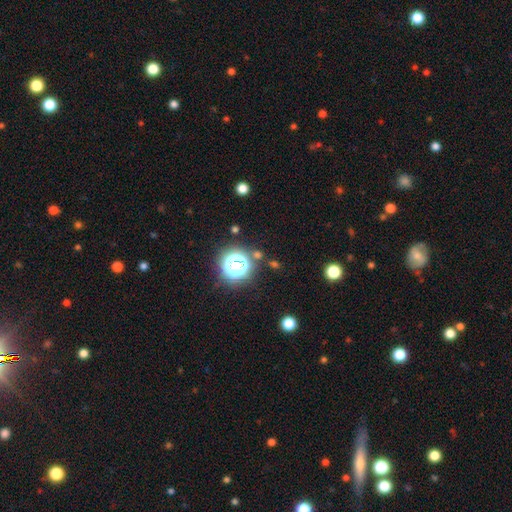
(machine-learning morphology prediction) A star or artifact, not a galaxy (66%).

Vote fractions:
- Smooth or featured? star or artifact: 66% / smooth: 26% / featured or disk: 9%